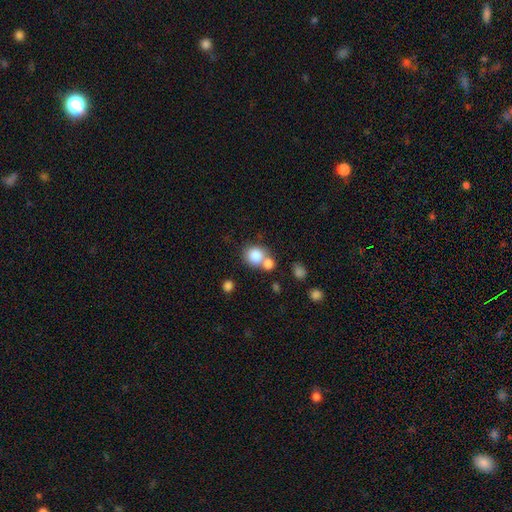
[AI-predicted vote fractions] This is clearly a smooth galaxy (82%). How rounded: likely round (79%). Merging: possibly none (47%).